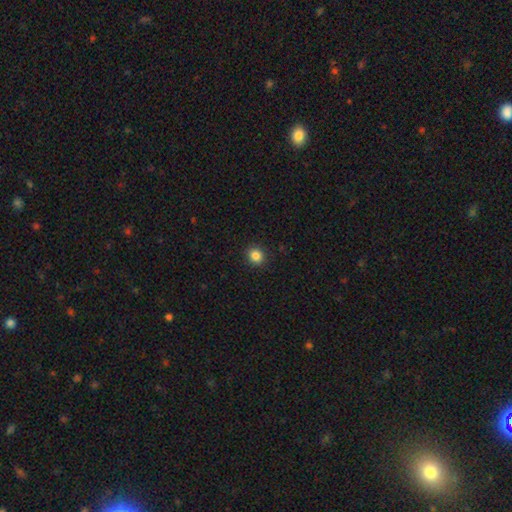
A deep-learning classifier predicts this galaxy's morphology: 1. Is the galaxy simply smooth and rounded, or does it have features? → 85% smooth, 11% star or artifact, 4% featured or disk.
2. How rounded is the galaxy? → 81% round, 18% in between, 1% cigar-shaped.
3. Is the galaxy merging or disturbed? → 91% none, 6% minor disturbance, 2% major disturbance, 1% merger.